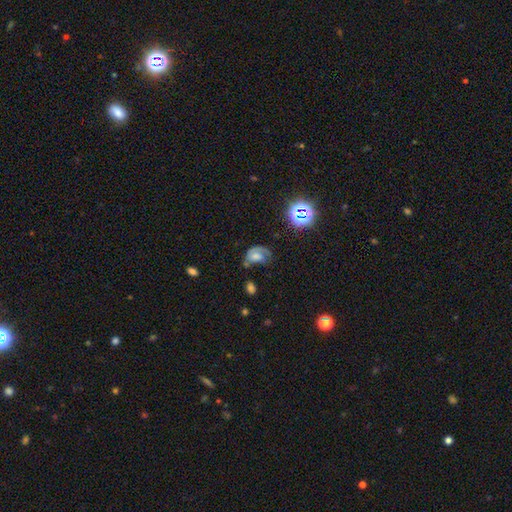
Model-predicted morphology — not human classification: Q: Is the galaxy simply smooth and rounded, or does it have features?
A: featured or disk — 55%.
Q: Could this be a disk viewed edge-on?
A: no — 97%.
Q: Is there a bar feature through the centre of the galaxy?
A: no — 70%.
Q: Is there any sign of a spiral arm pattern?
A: yes — 79%.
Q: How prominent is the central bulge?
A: moderate — 36%.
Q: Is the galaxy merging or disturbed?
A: none — 34%.